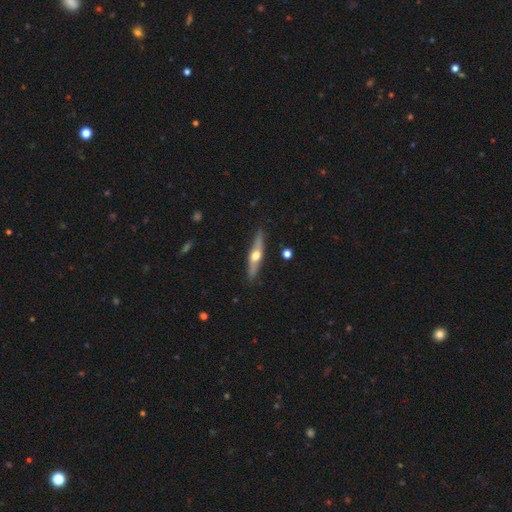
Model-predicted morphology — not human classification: Overall: featured or disk (62%; smooth 32%). Edge-on disk: yes (93%). Edge-on bulge: rounded (94%). Merging: none (87%).